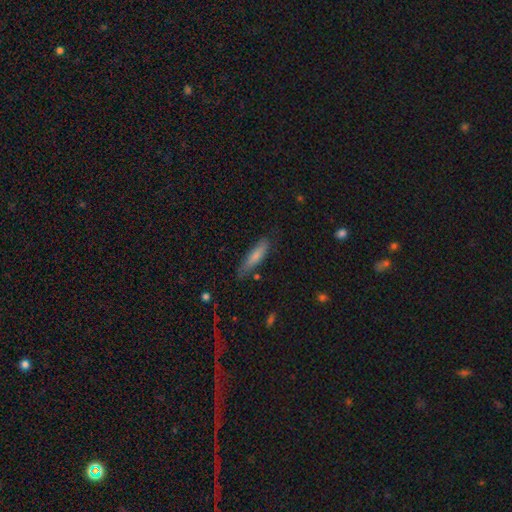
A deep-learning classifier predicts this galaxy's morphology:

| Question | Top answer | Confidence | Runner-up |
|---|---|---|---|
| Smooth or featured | smooth | 77% | featured or disk (17%) |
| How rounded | cigar-shaped | 78% | in between (20%) |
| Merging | none | 75% | minor disturbance (19%) |